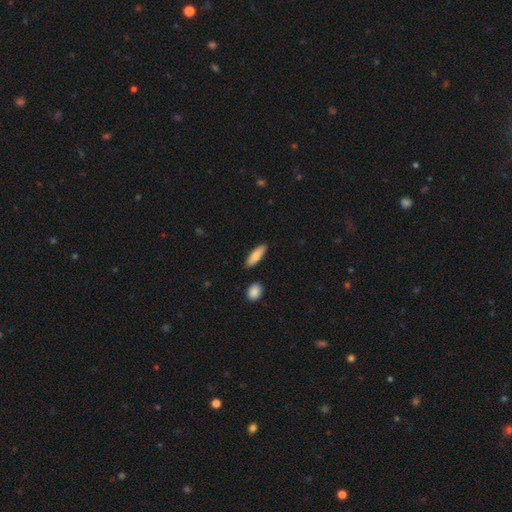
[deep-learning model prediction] This is clearly a smooth galaxy (83%). How rounded: possibly in between (51%). Merging: clearly none (87%).